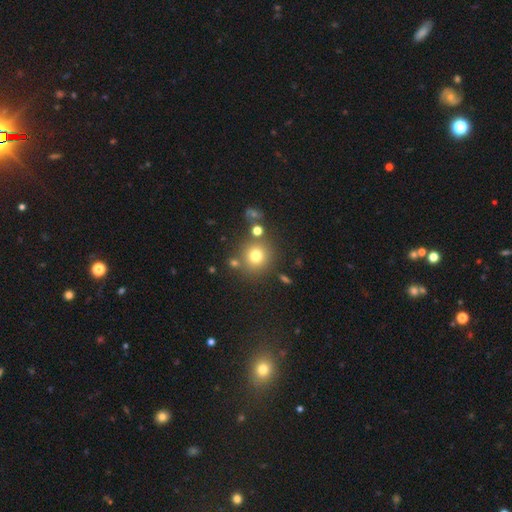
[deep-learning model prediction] Smooth or featured? Predicted: smooth (p=0.75). How rounded? Predicted: round (p=0.92). Merging? Predicted: none (p=0.79).